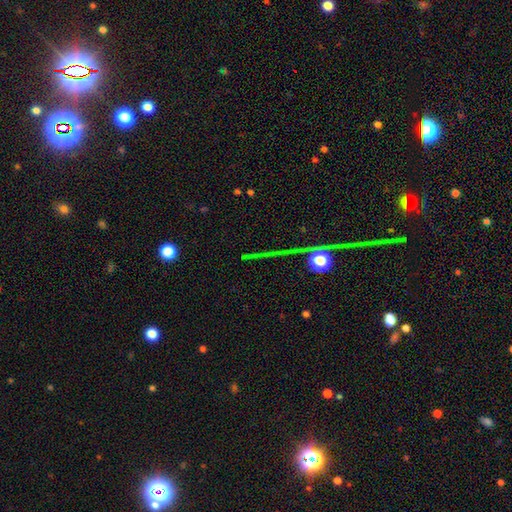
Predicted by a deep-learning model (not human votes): smooth-or-featured: star or artifact: 69% | featured or disk: 17% | smooth: 14%